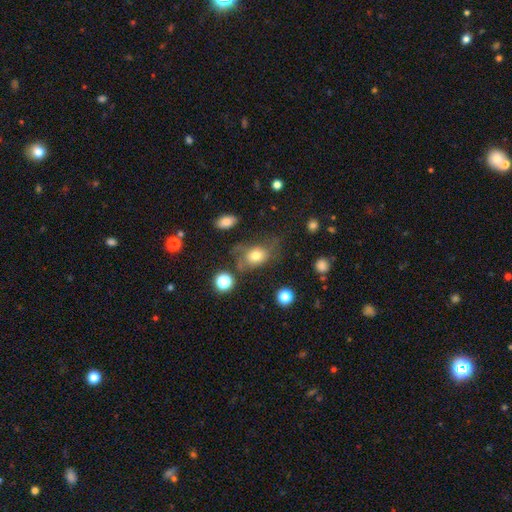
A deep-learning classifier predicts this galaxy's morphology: smooth_or_featured: smooth (p=0.65) [alt: featured or disk p=0.23]
how_rounded: in between (p=0.67) [alt: round p=0.31]
merging: none (p=0.42) [alt: minor disturbance p=0.25]